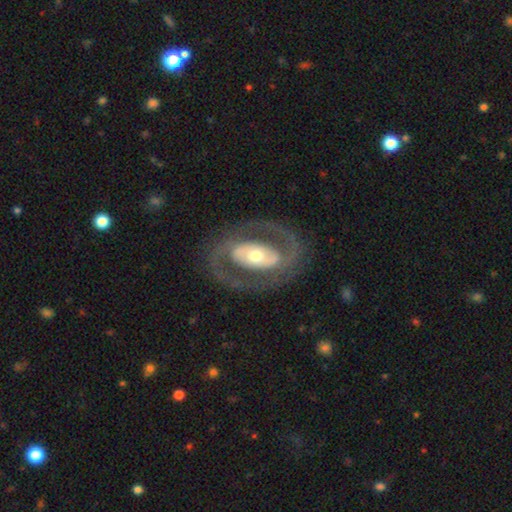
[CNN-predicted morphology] This appears to be a featured or disk galaxy (79%) with no bar (46%), spiral arms (62%) and a moderate central bulge (63%). Merging: none (78%).